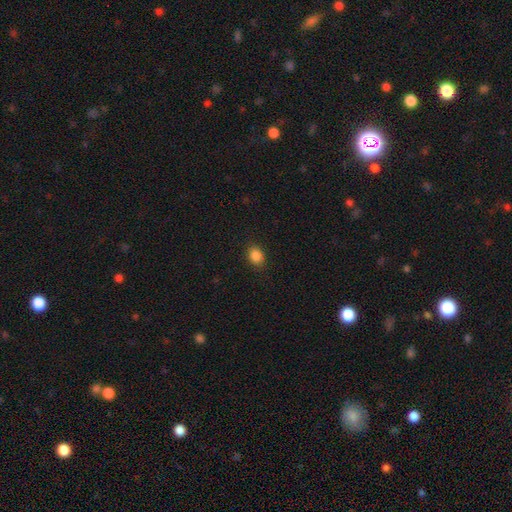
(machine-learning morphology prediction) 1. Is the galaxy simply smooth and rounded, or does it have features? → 86% smooth, 10% star or artifact, 4% featured or disk.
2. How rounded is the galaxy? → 58% in between, 41% round, 1% cigar-shaped.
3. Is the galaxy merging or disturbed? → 88% none, 8% minor disturbance, 2% major disturbance, 1% merger.